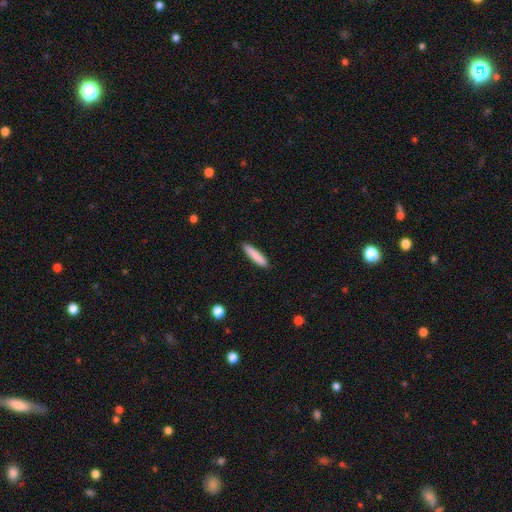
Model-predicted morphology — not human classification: Overall: smooth (86%). How rounded: cigar-shaped (88%). Merging: none (90%).